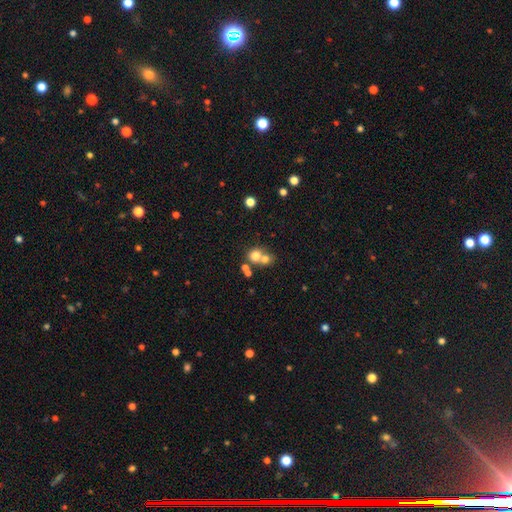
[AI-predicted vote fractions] Smooth or featured? smooth (72%)
How rounded? round (82%)
Merging? merger (53%)